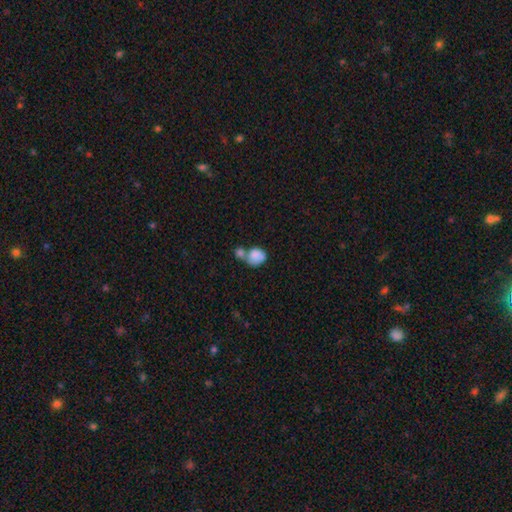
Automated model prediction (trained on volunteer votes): A smooth galaxy with no disk features (84%) that is round (61%). Merging: merger (55%).